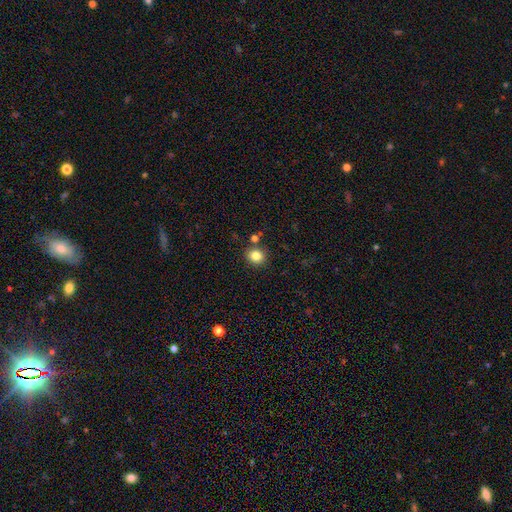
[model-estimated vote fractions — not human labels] A smooth galaxy with no disk features (84%) that is round (84%).

Vote fractions:
- Smooth or featured? smooth: 84% / star or artifact: 11% / featured or disk: 5%
- How rounded? round: 84% / in between: 15% / cigar-shaped: 1%
- Merging? none: 83% / minor disturbance: 8% / merger: 7% / major disturbance: 2%